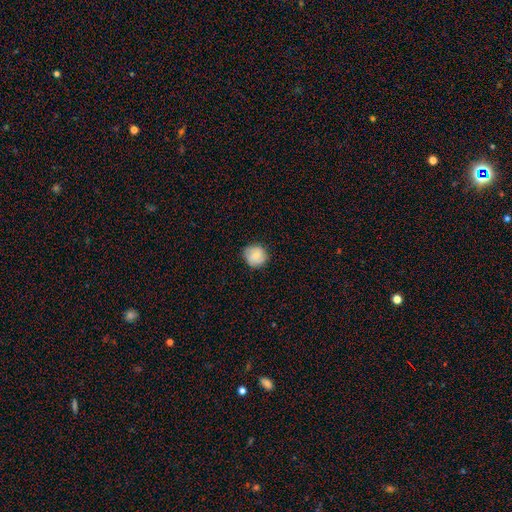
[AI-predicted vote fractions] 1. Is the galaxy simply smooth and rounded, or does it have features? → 78% smooth, 14% featured or disk, 8% star or artifact.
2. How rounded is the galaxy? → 88% round, 11% in between, 1% cigar-shaped.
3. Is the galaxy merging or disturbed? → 82% none, 15% minor disturbance, 3% major disturbance, 1% merger.